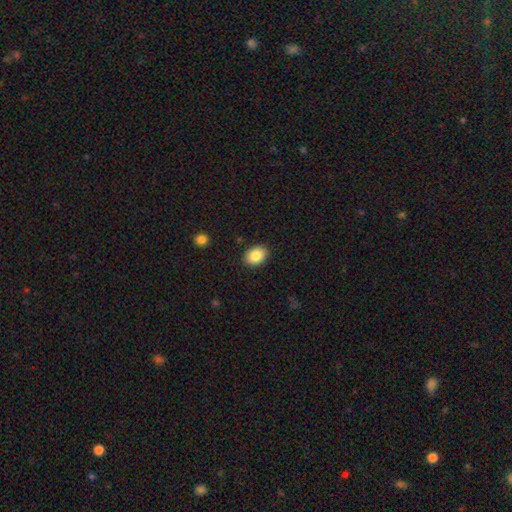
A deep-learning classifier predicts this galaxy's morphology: Overall: smooth (86%). How rounded: in between (75%). Merging: none (89%).